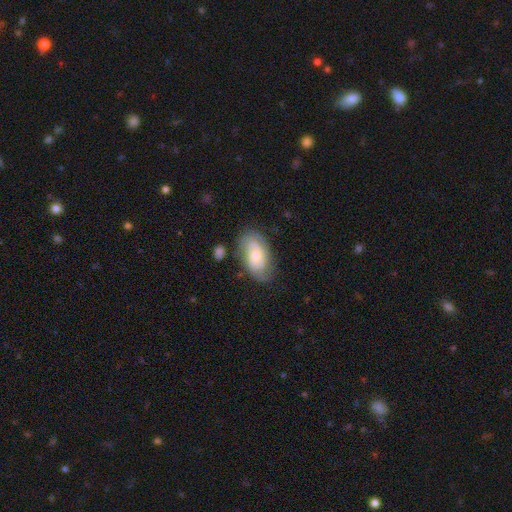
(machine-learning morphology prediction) Smooth or featured: featured or disk — 57% (smooth — 36%)
Edge-on disk: no — 94% (yes — 6%)
Bar: no — 68% (weak — 27%)
Spiral arms: yes — 82% (no — 18%)
Bulge size: moderate — 50% (small — 42%)
Merging: none — 69% (minor disturbance — 21%)